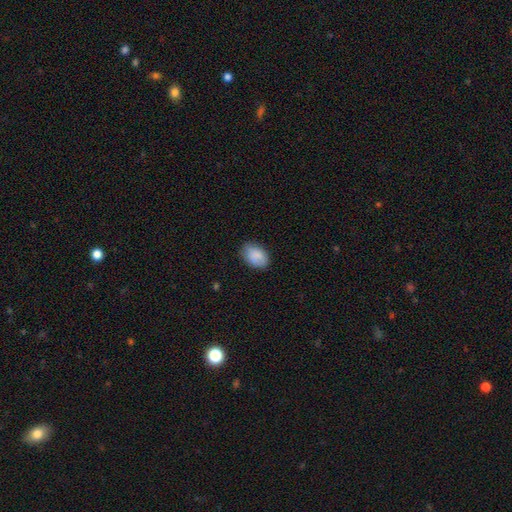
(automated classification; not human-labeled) smooth 86%, featured or disk 7%, star or artifact 7%. Down the decision tree: how rounded — in between (83%); merging — none (76%).